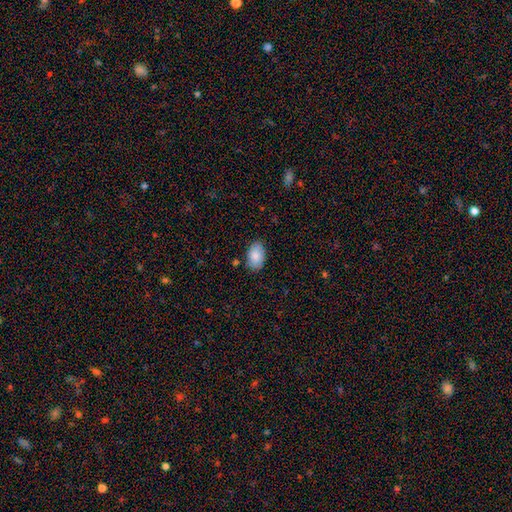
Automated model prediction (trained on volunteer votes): Q: Smooth or featured?
A: smooth (83%); runner-up: featured or disk (10%)
Q: How rounded?
A: in between (91%); runner-up: round (8%)
Q: Merging?
A: none (81%); runner-up: minor disturbance (14%)